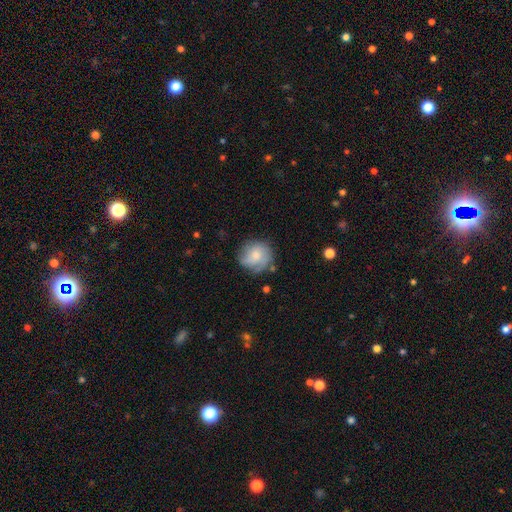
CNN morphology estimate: The model was most divided on "smooth or featured": smooth: 51%, featured or disk: 41%, star or artifact: 8%. More confident: how rounded — round (86%); merging — none (66%).